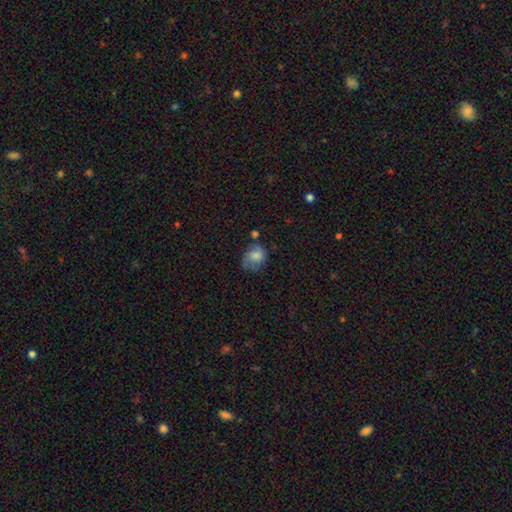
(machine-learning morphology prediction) smooth-or-featured: smooth: 76% | featured or disk: 15% | star or artifact: 9%
  how-rounded: round: 50% | in between: 49% | cigar-shaped: 1%
  merging: none: 43% | minor disturbance: 34% | major disturbance: 16% | merger: 7%